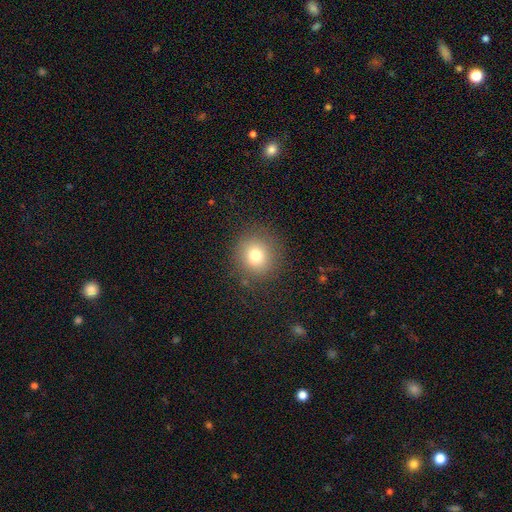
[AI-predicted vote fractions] smooth-or-featured: smooth: 77% | star or artifact: 13% | featured or disk: 10%
  how-rounded: round: 90% | in between: 9% | cigar-shaped: 1%
  merging: none: 87% | minor disturbance: 8% | major disturbance: 4% | merger: 1%